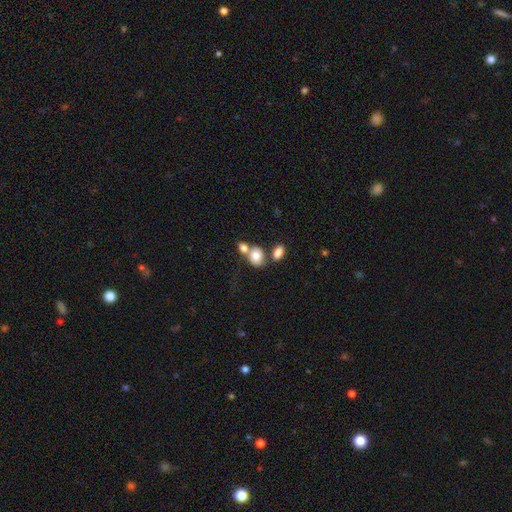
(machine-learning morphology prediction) Smooth or featured: smooth — 77% (featured or disk — 14%)
How rounded: in between — 56% (round — 43%)
Merging: merger — 48% (none — 36%)